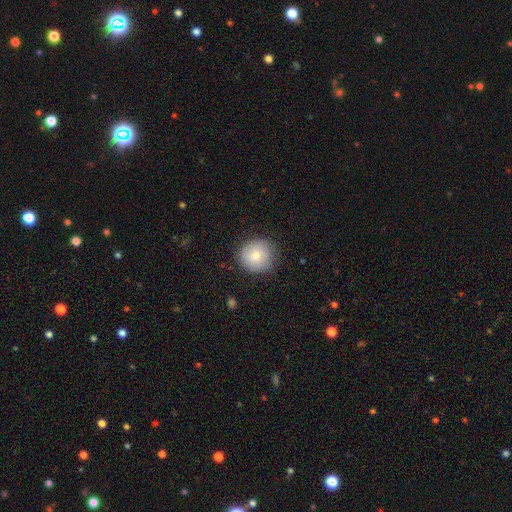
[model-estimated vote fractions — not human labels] Overall: smooth (79%). How rounded: round (91%). Merging: none (82%).